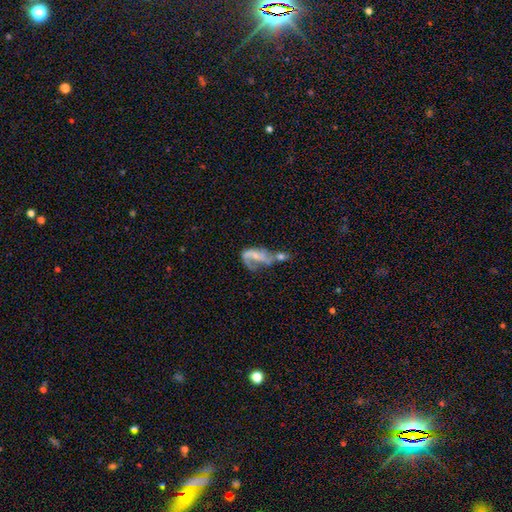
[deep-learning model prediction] Overall: featured or disk (64%; smooth 27%). Edge-on disk: no (96%). Bar: no (52%; weak 34%). Spiral arms: yes (73%). Bulge size: small (45%; none 29%). Merging: merger (42%; major disturbance 27%).